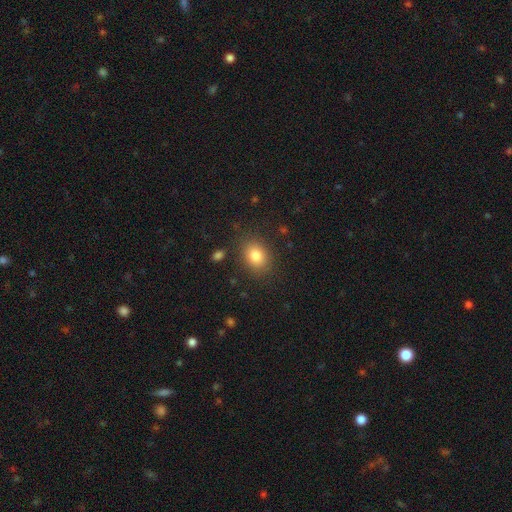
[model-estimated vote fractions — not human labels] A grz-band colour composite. It shows a smooth galaxy with no disk features (82%) that is in between round and cigar-shaped (59%). Merging: none (85%).